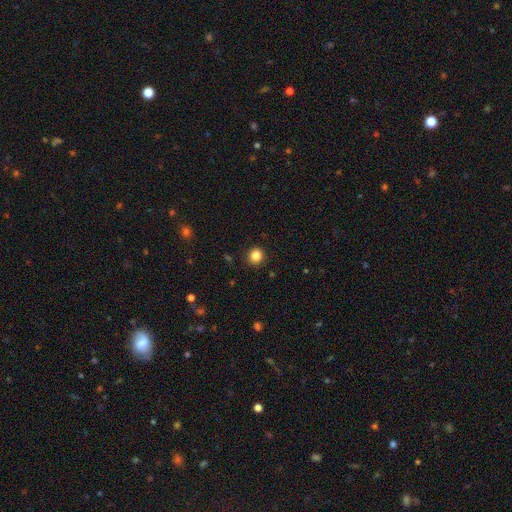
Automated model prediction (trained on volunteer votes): Overall: smooth (85%). How rounded: round (85%). Merging: none (91%).